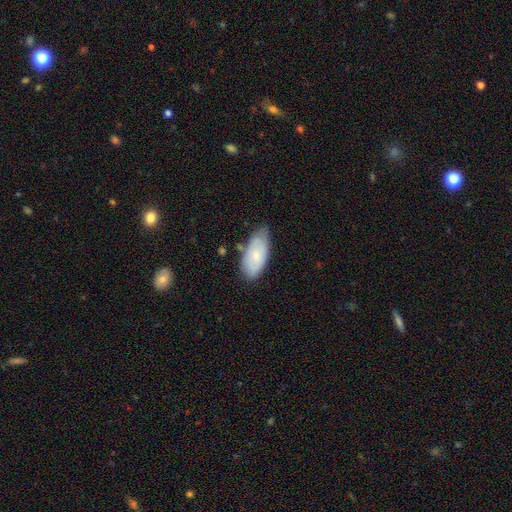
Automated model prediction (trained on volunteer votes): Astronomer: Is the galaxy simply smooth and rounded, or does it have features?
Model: smooth — 70%.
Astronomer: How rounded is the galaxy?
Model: in between — 91%.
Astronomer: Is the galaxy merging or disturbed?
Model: none — 62%.